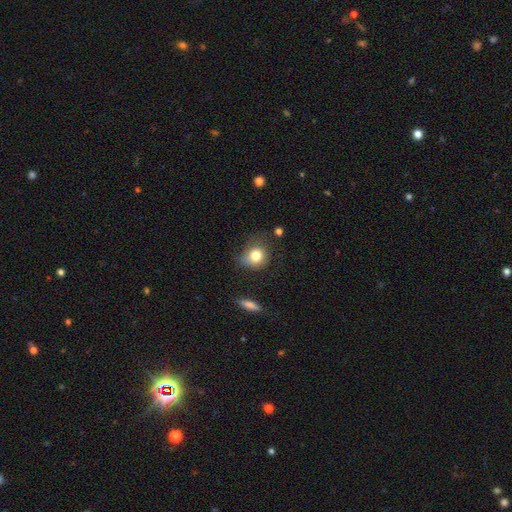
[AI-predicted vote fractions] Smooth or featured? smooth (79%)
How rounded? round (70%)
Merging? none (52%)